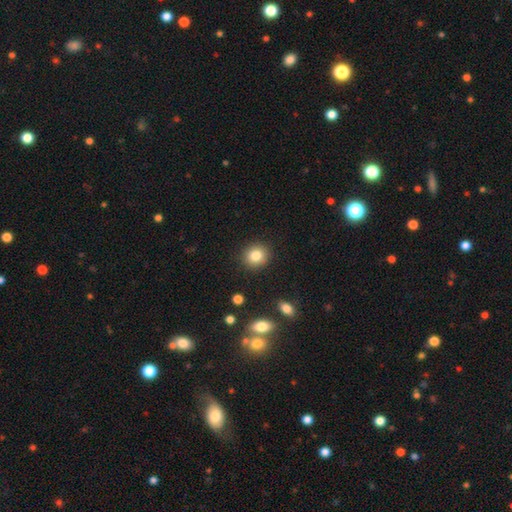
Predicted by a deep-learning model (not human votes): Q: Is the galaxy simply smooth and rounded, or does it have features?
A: smooth — 84%.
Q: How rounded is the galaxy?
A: round — 82%.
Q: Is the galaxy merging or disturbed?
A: none — 89%.